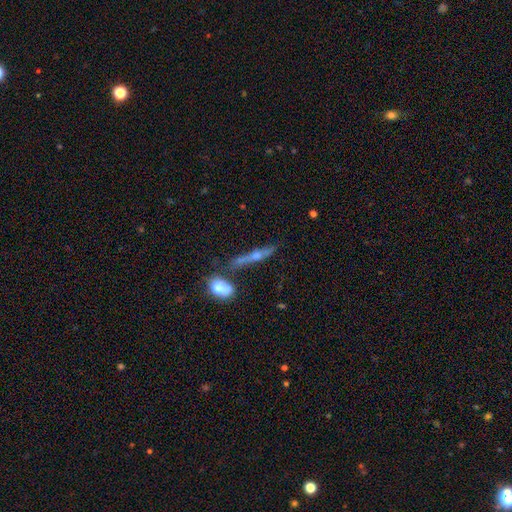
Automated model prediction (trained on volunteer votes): featured or disk 66%, smooth 23%, star or artifact 10%. Down the decision tree: edge-on disk — yes (91%); edge-on bulge — rounded (88%); merging — none (70%).